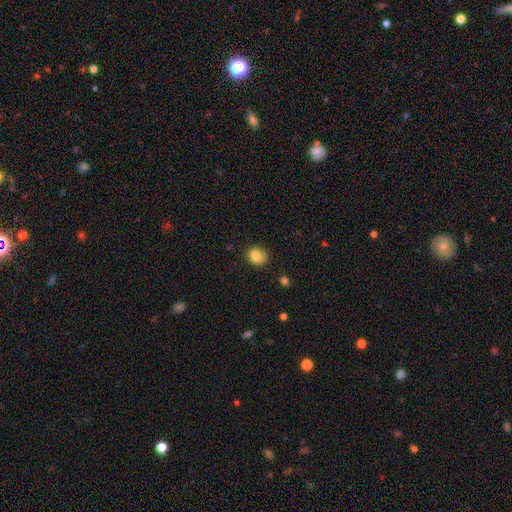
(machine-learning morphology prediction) The model was most divided on "how rounded": round: 61%, in between: 38%, cigar-shaped: 1%. More confident: smooth or featured — smooth (84%); merging — none (69%).